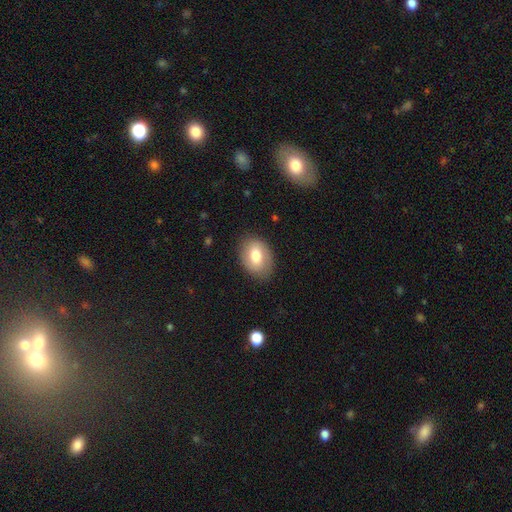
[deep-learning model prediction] smooth_or_featured: smooth (p=0.73) [alt: featured or disk p=0.20]
how_rounded: in between (p=0.78) [alt: round p=0.21]
merging: none (p=0.83) [alt: minor disturbance p=0.12]